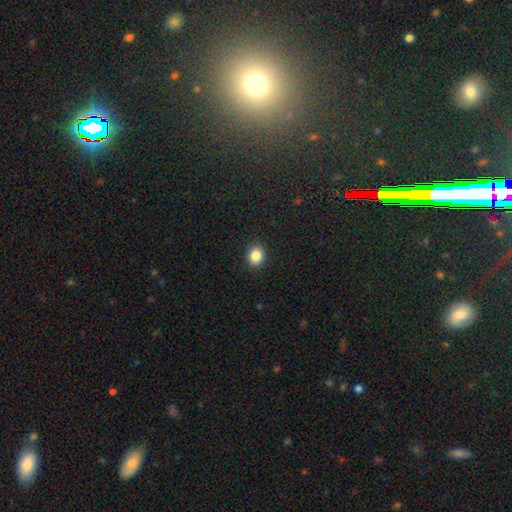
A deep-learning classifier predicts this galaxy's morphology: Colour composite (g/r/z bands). It shows a smooth galaxy with no disk features (86%) that is round (62%). Merging: none (91%).